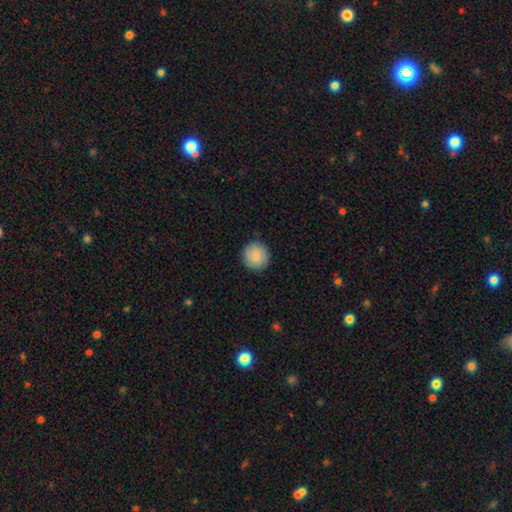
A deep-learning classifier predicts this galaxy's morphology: A smooth galaxy with no disk features (88%) that is round (94%).

Vote fractions:
- Smooth or featured? smooth: 88% / star or artifact: 6% / featured or disk: 6%
- How rounded? round: 94% / in between: 5% / cigar-shaped: 1%
- Merging? none: 89% / minor disturbance: 8% / major disturbance: 2% / merger: 1%